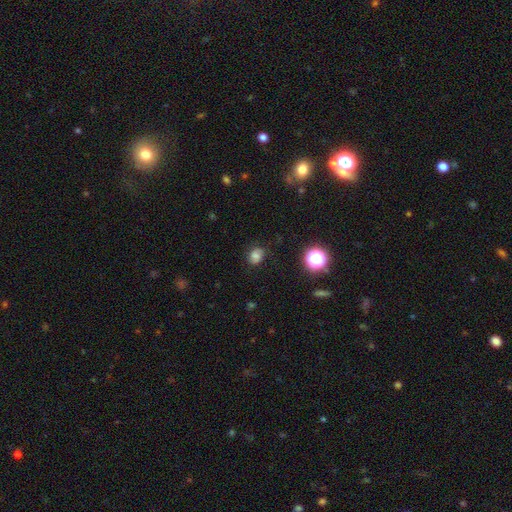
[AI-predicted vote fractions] Morphology: type=smooth (67%); roundness=round (58%); merging=none (68%).